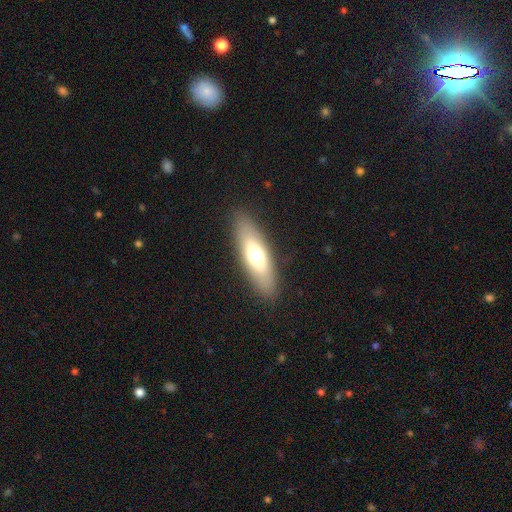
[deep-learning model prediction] Smooth or featured? Predicted: smooth (p=0.63). How rounded? Predicted: in between (p=0.56). Merging? Predicted: none (p=0.88).